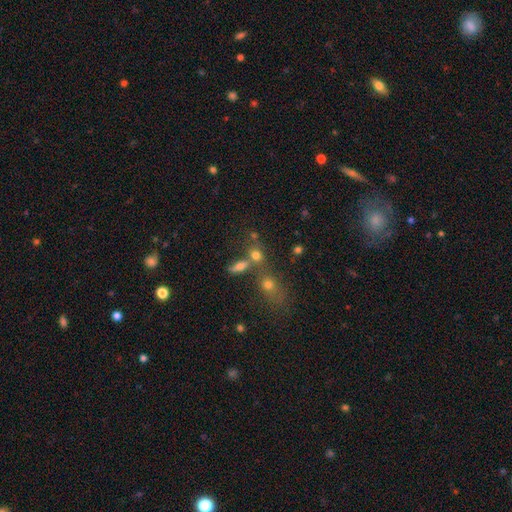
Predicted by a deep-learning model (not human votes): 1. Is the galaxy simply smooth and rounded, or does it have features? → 70% smooth, 17% star or artifact, 13% featured or disk.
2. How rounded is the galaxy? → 52% round, 42% in between, 6% cigar-shaped.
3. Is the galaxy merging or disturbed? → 42% none (tied), 42% merger (tied), 10% minor disturbance, 6% major disturbance.